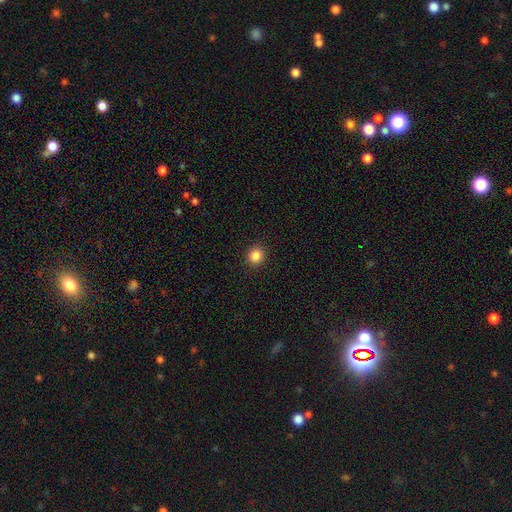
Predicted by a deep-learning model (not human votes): Overall: smooth (86%). How rounded: round (88%). Merging: none (92%).